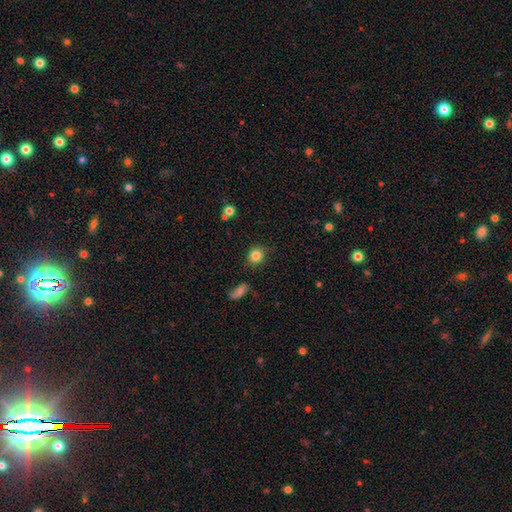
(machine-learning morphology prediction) This is clearly a smooth galaxy (84%). How rounded: likely round (78%). Merging: clearly none (82%).